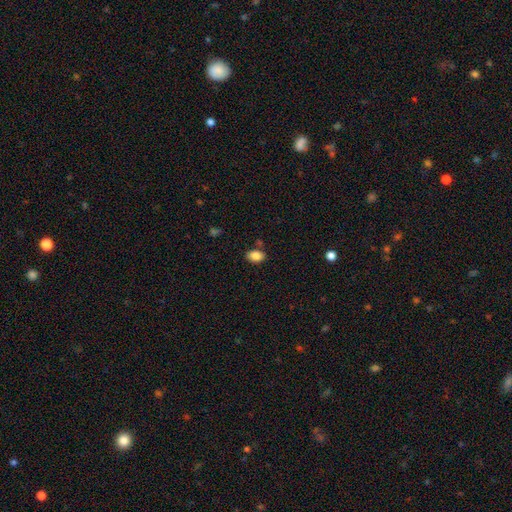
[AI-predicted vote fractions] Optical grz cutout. It shows a smooth galaxy with no disk features (86%) that is in between round and cigar-shaped (84%). Merging: none (80%).